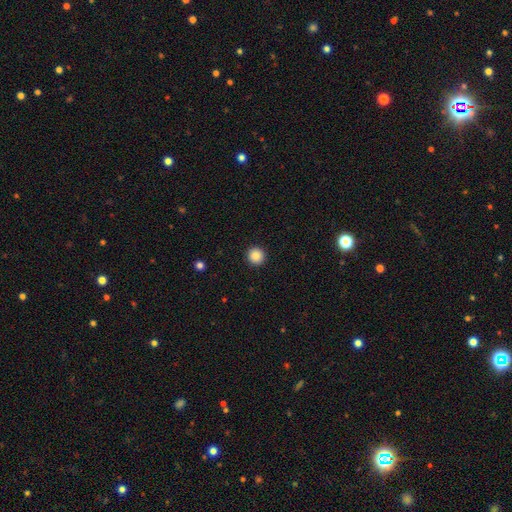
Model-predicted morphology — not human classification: smooth_or_featured: smooth (p=0.88) [alt: star or artifact p=0.09]
how_rounded: round (p=0.95) [alt: in between p=0.04]
merging: none (p=0.93) [alt: minor disturbance p=0.04]